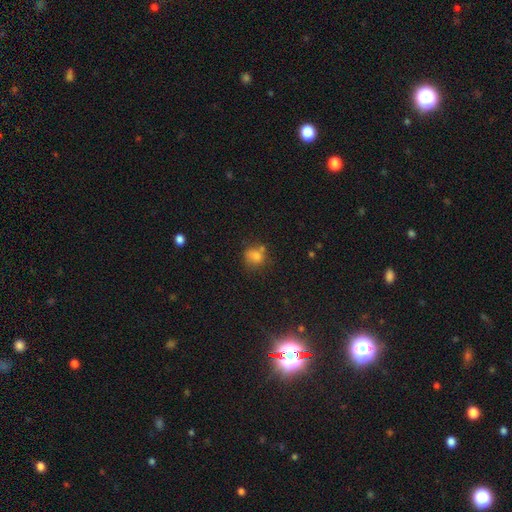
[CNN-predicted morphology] type=smooth (73%); roundness=round (74%); merging=none (59%).